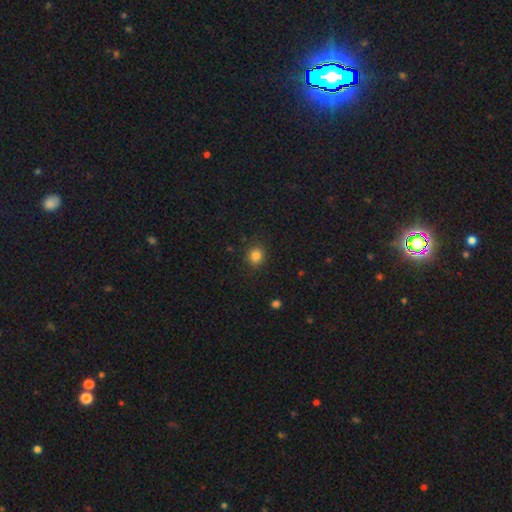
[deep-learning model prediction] Smooth or featured? smooth (84%)
How rounded? round (86%)
Merging? none (89%)